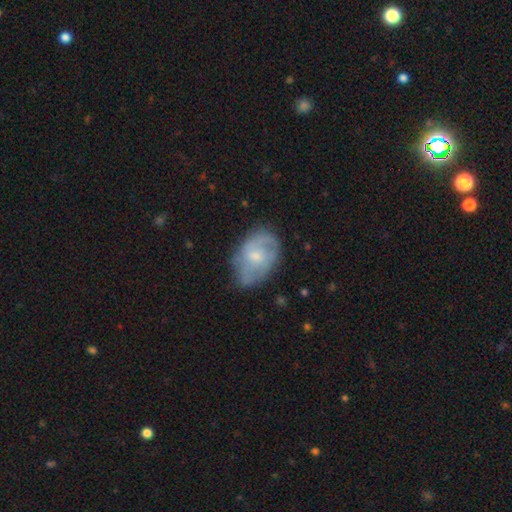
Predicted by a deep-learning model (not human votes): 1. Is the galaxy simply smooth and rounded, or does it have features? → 60% featured or disk, 34% smooth, 6% star or artifact.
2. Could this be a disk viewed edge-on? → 96% no, 4% yes.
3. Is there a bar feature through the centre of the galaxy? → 56% no, 39% weak, 5% strong.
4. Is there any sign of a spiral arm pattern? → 76% yes, 24% no.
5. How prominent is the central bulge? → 52% small, 38% moderate, 6% none, 2% large, 1% dominant.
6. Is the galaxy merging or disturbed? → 63% none, 26% minor disturbance, 9% major disturbance, 2% merger.